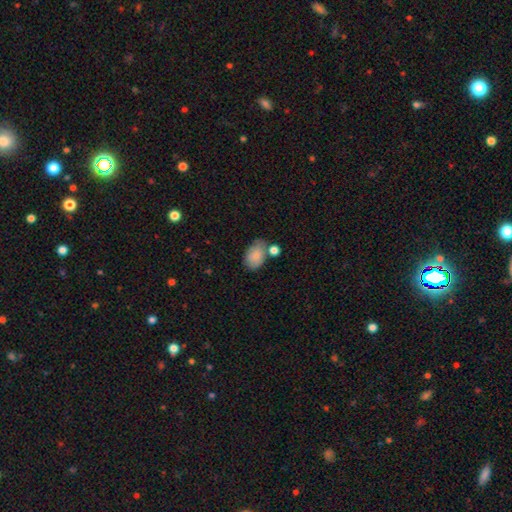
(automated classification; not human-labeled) Smooth or featured?
  - smooth: 84% *
  - featured or disk: 9%
  - star or artifact: 7%
How rounded?
  - in between: 86% *
  - round: 13%
  - cigar-shaped: 1%
Merging?
  - none: 53% *
  - minor disturbance: 21%
  - merger: 19%
  - major disturbance: 7%